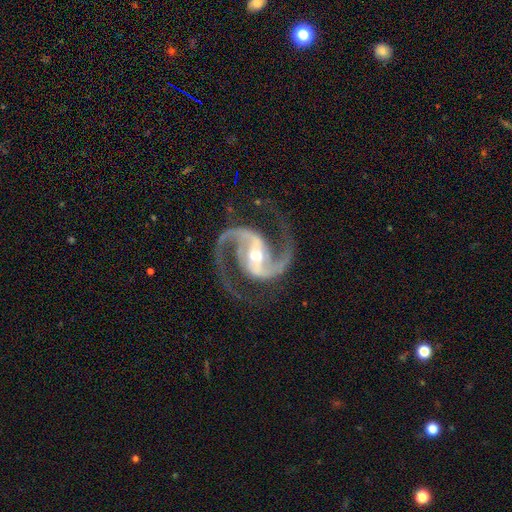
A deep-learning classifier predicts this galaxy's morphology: type=featured or disk (95%); edge-on=no (98%); bar=strong (49%); spiral arms=yes (99%); winding=medium (71%); arm count=2 (95%); bulge=moderate (57%); merging=none (83%).